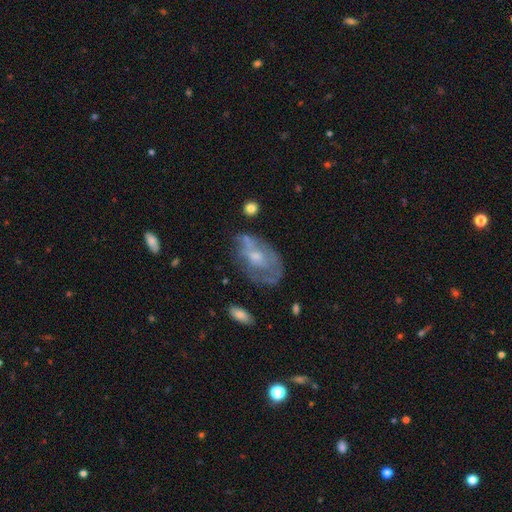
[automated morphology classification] The model was most divided on "bulge size": moderate: 42%, small: 41%, none: 12%, large: 4%, dominant: 1%. Remaining: edge-on disk — no (94%); bar — no (74%); spiral arms — no (61%); smooth or featured — featured or disk (59%); merging — none (44%).